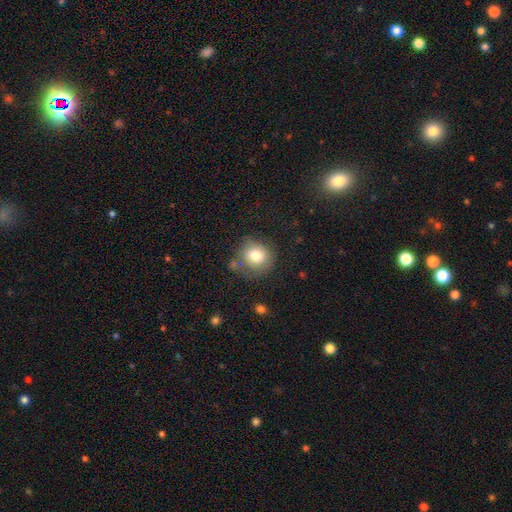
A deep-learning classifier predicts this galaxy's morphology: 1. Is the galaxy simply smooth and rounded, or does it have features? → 79% smooth, 12% featured or disk, 10% star or artifact.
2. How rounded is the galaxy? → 85% round, 14% in between, 1% cigar-shaped.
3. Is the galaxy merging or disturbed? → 71% none, 18% minor disturbance, 6% major disturbance, 6% merger.